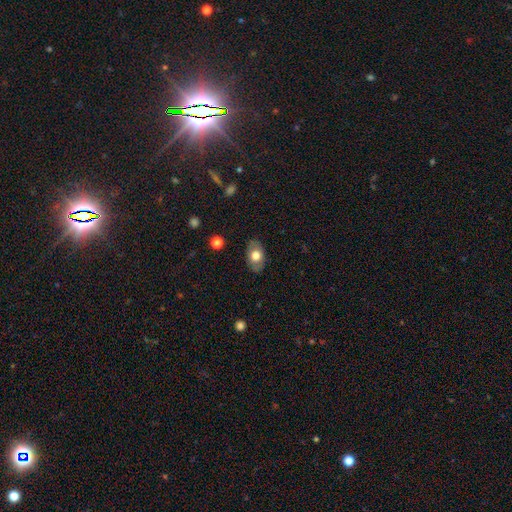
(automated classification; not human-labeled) Smooth or featured? Predicted: smooth (p=0.69). How rounded? Predicted: in between (p=0.87). Merging? Predicted: none (p=0.82).